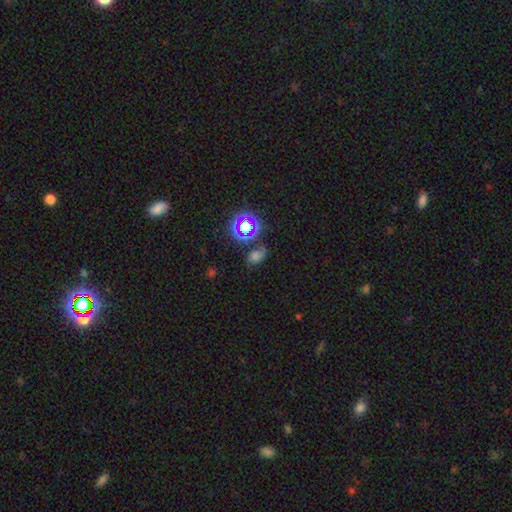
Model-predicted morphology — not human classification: Smooth or featured? smooth (45%)
Merging? none (60%)